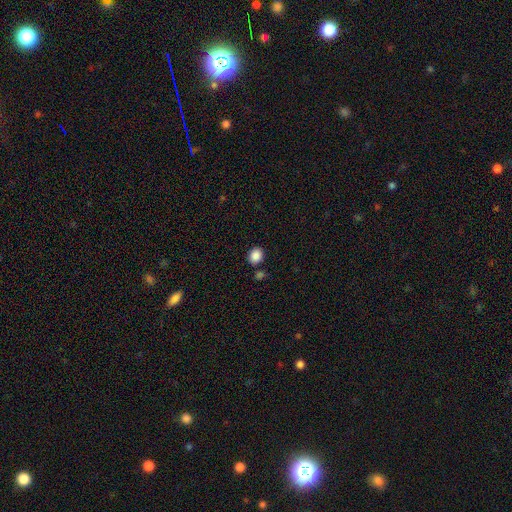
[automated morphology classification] This appears to be a smooth galaxy with no disk features (87%) that is round (57%). Merging: none (80%).